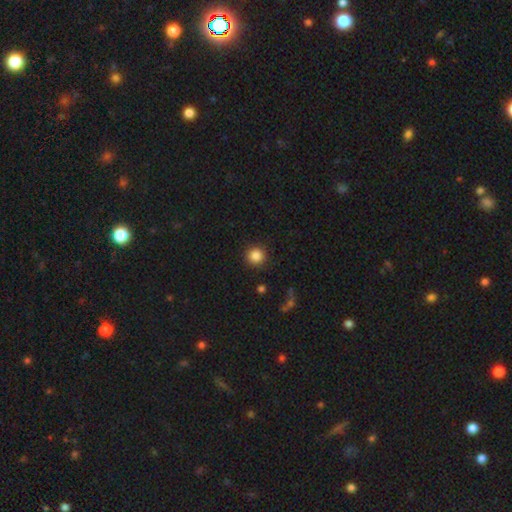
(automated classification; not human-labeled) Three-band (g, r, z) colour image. It shows a smooth galaxy with no disk features (86%) that is round (94%). Merging: none (91%).